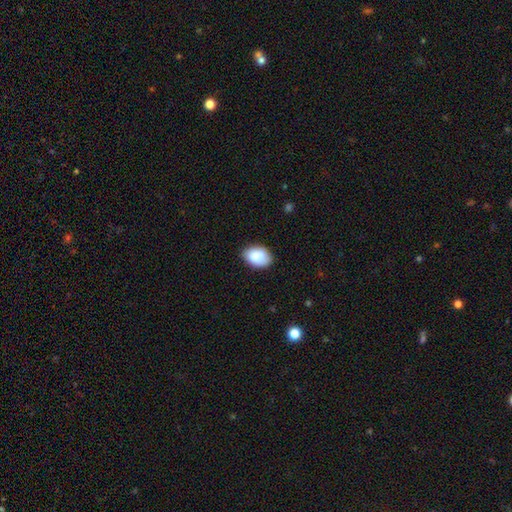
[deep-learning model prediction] A smooth galaxy with no disk features (84%) that is in between round and cigar-shaped (82%). Merging: none (76%).